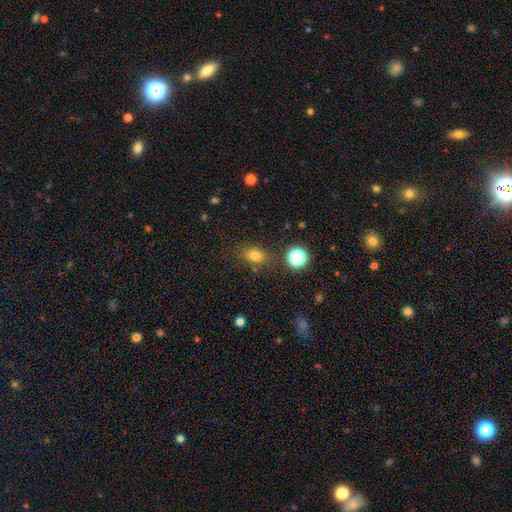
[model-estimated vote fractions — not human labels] This is likely a smooth galaxy (77%). How rounded: likely in between (62%). Merging: likely none (77%).